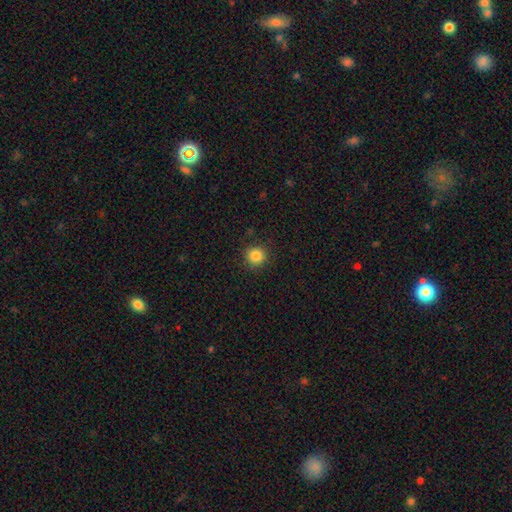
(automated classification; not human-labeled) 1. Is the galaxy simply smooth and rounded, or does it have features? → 85% smooth, 11% star or artifact, 4% featured or disk.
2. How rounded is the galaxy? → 94% round, 5% in between, 1% cigar-shaped.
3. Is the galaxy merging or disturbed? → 90% none, 6% minor disturbance, 2% major disturbance, 1% merger.